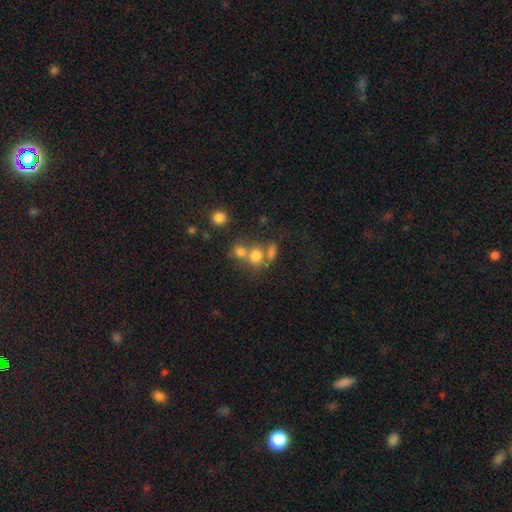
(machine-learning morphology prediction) The model was most divided on "merging": merger: 46%, none: 39%, minor disturbance: 9%, major disturbance: 6%. More confident: smooth or featured — smooth (72%); how rounded — round (68%).